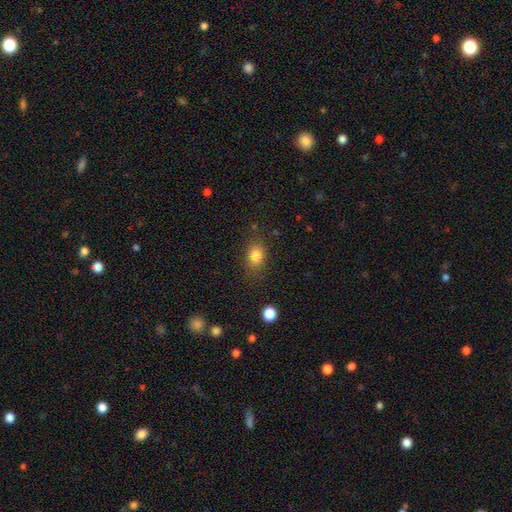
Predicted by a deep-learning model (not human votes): A smooth galaxy with no disk features (82%) that is in between round and cigar-shaped (69%).

Vote fractions:
- Smooth or featured? smooth: 82% / star or artifact: 10% / featured or disk: 7%
- How rounded? in between: 69% / round: 30% / cigar-shaped: 2%
- Merging? none: 77% / minor disturbance: 15% / major disturbance: 5% / merger: 2%